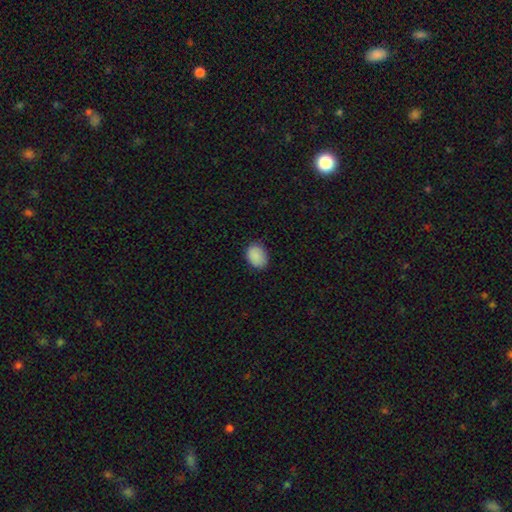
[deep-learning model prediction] Smooth or featured: smooth — 89% (star or artifact — 8%)
How rounded: in between — 66% (round — 33%)
Merging: none — 81% (minor disturbance — 16%)